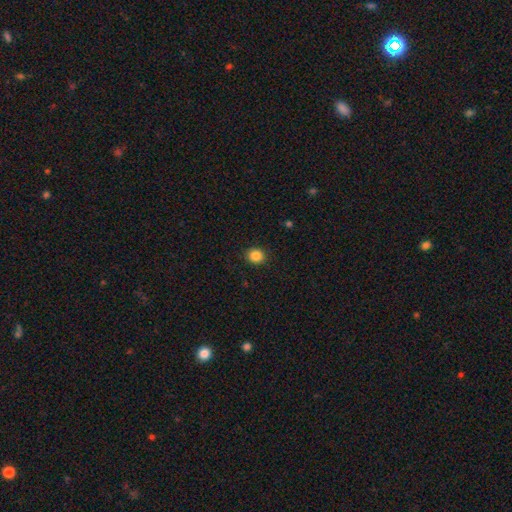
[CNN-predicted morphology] smooth_or_featured: smooth (p=0.86) [alt: star or artifact p=0.10]
how_rounded: round (p=0.78) [alt: in between p=0.21]
merging: none (p=0.91) [alt: minor disturbance p=0.06]